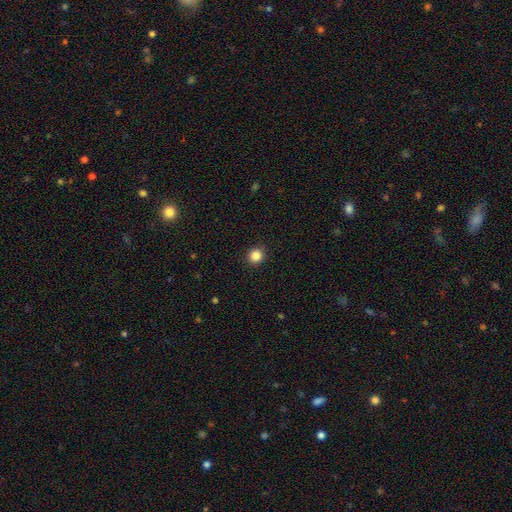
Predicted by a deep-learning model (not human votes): The model was most divided on "smooth or featured": smooth: 85%, star or artifact: 11%, featured or disk: 4%. More confident: merging — none (92%); how rounded — round (90%).